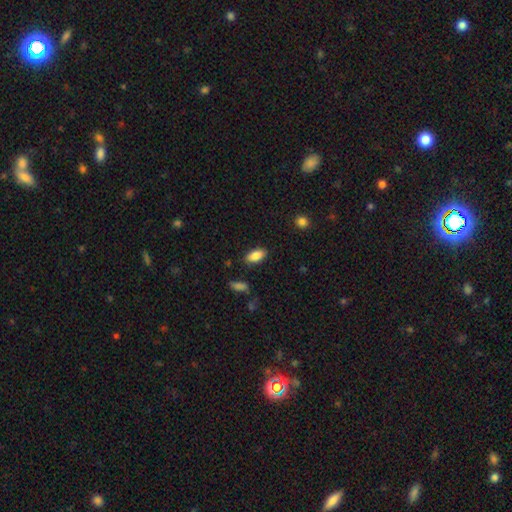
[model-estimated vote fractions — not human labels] Smooth or featured? Predicted: smooth (p=0.86). How rounded? Predicted: in between (p=0.90). Merging? Predicted: none (p=0.86).